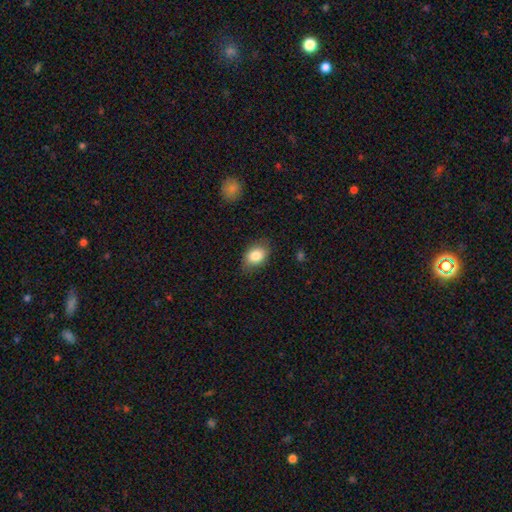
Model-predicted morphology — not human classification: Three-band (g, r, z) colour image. It shows a smooth galaxy with no disk features (83%) that is in between round and cigar-shaped (75%). Merging: none (77%).